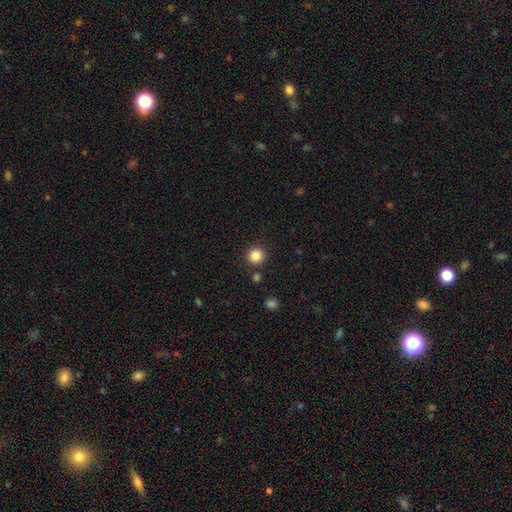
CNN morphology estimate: Q: Smooth or featured?
A: smooth (85%); runner-up: star or artifact (11%)
Q: How rounded?
A: round (94%); runner-up: in between (5%)
Q: Merging?
A: none (89%); runner-up: minor disturbance (5%)